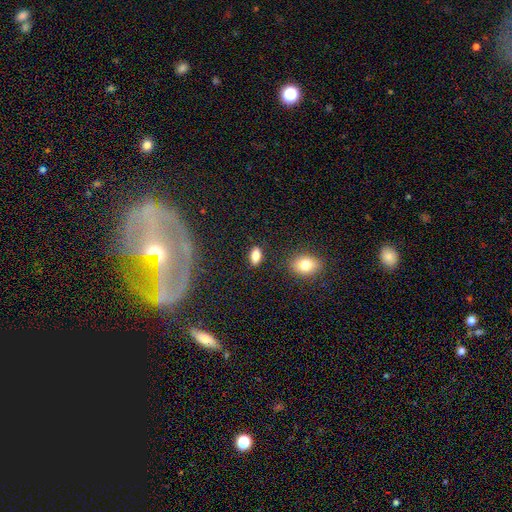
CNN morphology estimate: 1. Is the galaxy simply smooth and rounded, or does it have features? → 84% smooth, 9% star or artifact, 7% featured or disk.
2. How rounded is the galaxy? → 89% in between, 7% round, 5% cigar-shaped.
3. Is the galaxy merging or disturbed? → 86% none, 9% minor disturbance, 2% major disturbance, 2% merger.